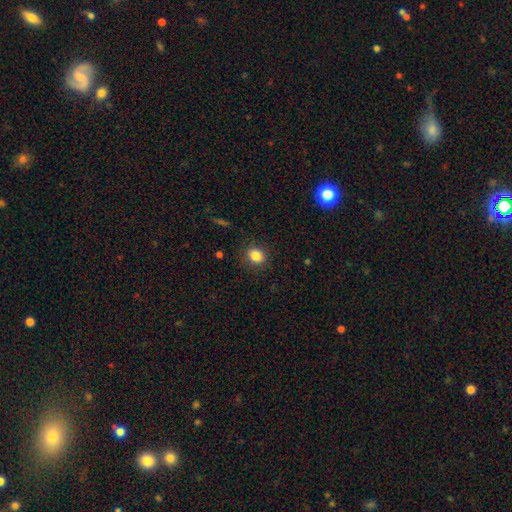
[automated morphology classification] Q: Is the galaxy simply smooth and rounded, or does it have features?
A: smooth — 84%.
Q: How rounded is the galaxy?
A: round — 71%.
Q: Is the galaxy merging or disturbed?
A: none — 88%.